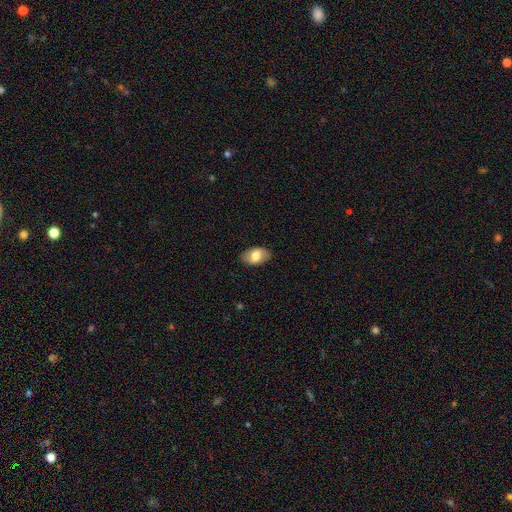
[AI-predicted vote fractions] A smooth galaxy with no disk features (70%) that is in between round and cigar-shaped (90%).

Vote fractions:
- Smooth or featured? smooth: 70% / featured or disk: 24% / star or artifact: 7%
- How rounded? in between: 90% / round: 8% / cigar-shaped: 1%
- Merging? none: 85% / minor disturbance: 11% / major disturbance: 3% / merger: 1%